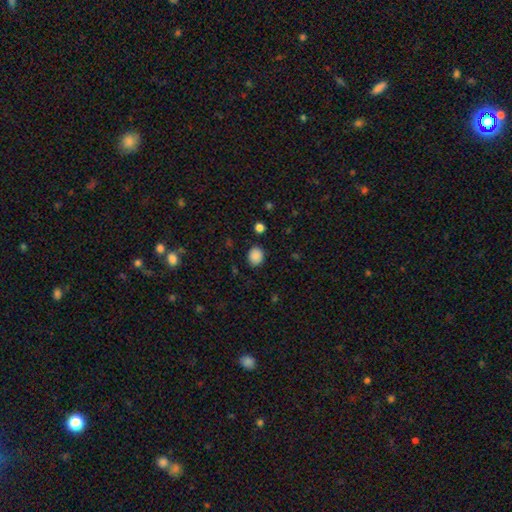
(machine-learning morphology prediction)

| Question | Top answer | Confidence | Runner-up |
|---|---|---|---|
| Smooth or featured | smooth | 87% | star or artifact (10%) |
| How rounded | round | 66% | in between (33%) |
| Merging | none | 85% | minor disturbance (10%) |